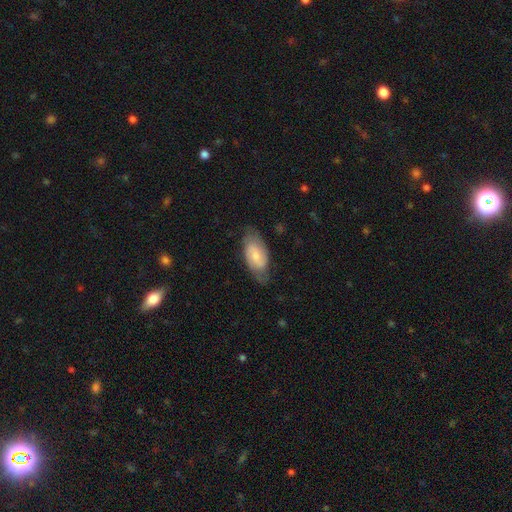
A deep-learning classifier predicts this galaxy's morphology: A featured or disk galaxy (52%). Merging: none (67%).